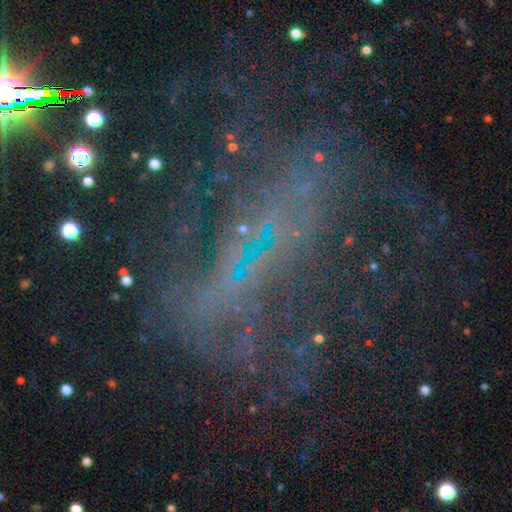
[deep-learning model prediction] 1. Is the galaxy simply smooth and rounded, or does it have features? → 50% featured or disk, 36% star or artifact, 13% smooth.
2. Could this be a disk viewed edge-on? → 90% no, 10% yes.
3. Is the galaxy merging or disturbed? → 46% none, 34% major disturbance, 15% minor disturbance, 5% merger.